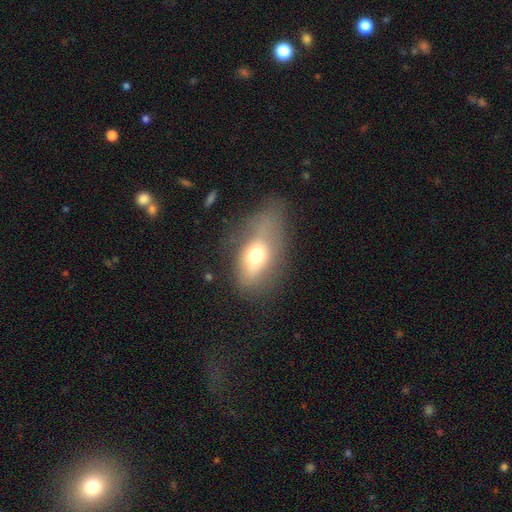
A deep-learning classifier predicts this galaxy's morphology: This appears to be a smooth galaxy with no disk features (64%) that is in between round and cigar-shaped (83%). Merging: none (39%).